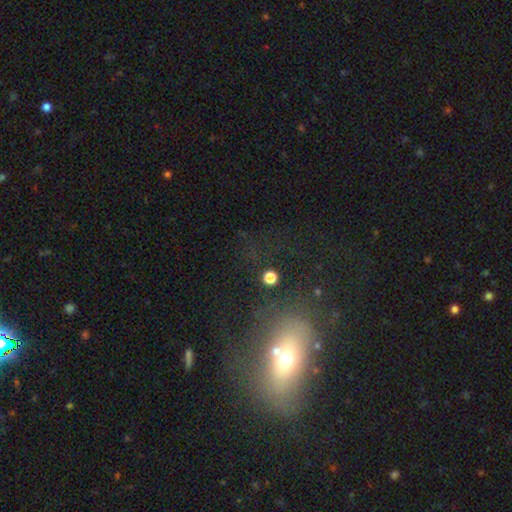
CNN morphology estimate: type=smooth (43%); merging=none (49%).